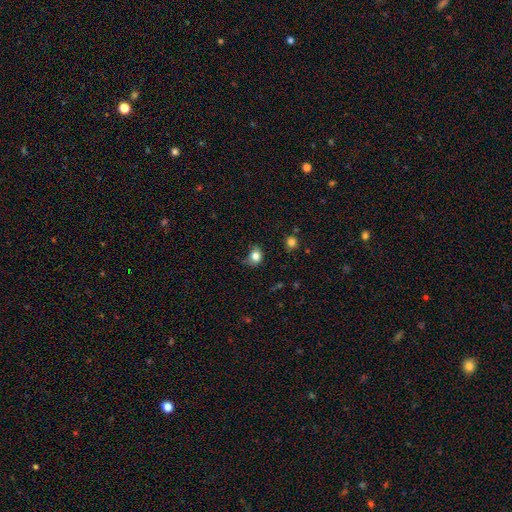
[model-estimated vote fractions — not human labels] Smooth or featured? Predicted: smooth (p=0.81). How rounded? Predicted: round (p=0.66). Merging? Predicted: none (p=0.55).